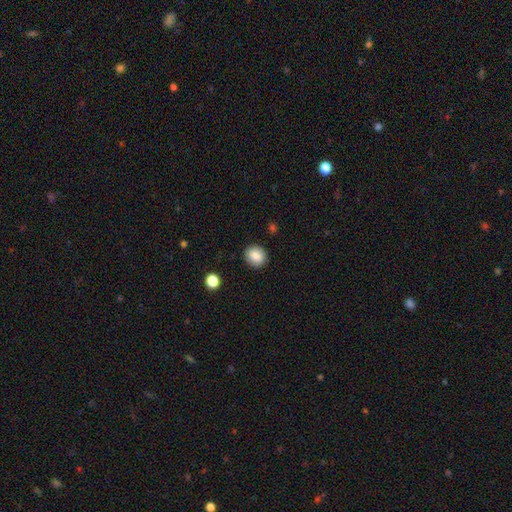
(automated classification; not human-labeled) smooth_or_featured: smooth (p=0.87) [alt: star or artifact p=0.08]
how_rounded: round (p=0.72) [alt: in between p=0.27]
merging: none (p=0.88) [alt: minor disturbance p=0.08]